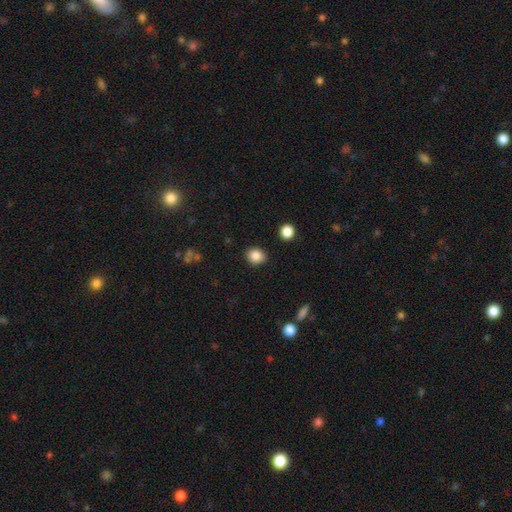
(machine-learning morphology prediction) This appears to be a smooth galaxy with no disk features (86%) that is round (66%). Merging: none (88%).